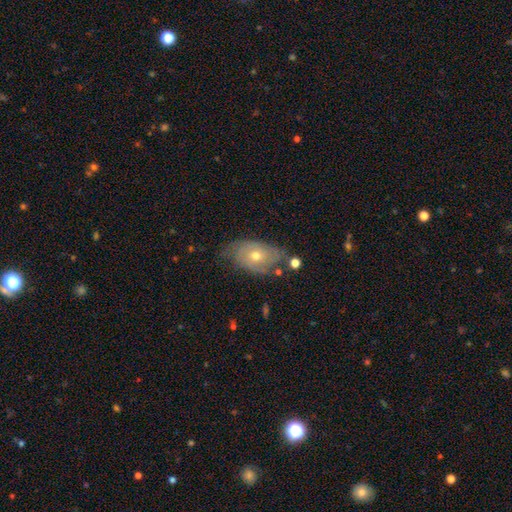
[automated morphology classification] Smooth or featured? Predicted: featured or disk (p=0.52). Edge-on disk? Predicted: no (p=0.91). Merging? Predicted: none (p=0.53).